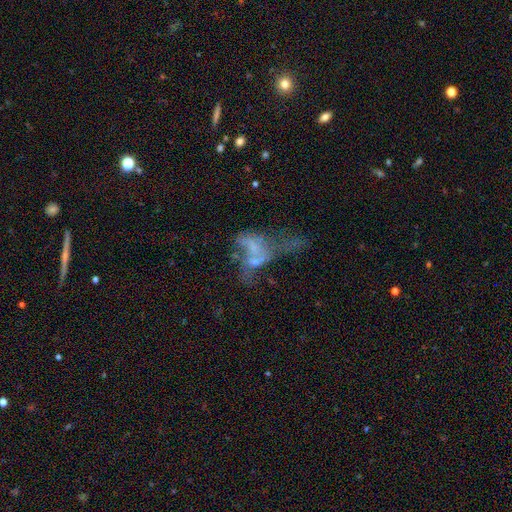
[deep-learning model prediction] This appears to be a featured or disk galaxy (53%) with no bar (87%), no spiral arms (85%) and no central bulge (60%). Merging: merger (46%).